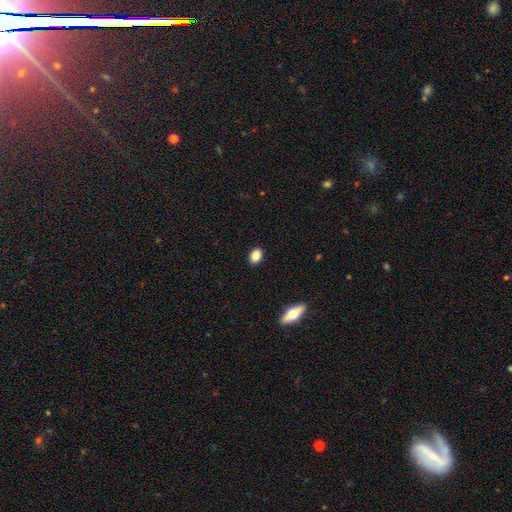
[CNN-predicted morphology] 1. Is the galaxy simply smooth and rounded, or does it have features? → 86% smooth, 8% star or artifact, 6% featured or disk.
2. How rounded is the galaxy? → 70% in between, 28% round, 2% cigar-shaped.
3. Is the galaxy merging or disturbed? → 90% none, 7% minor disturbance, 2% major disturbance, 1% merger.